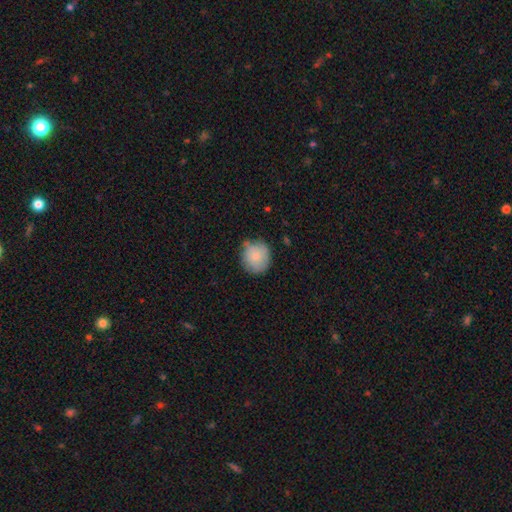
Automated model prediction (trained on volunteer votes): smooth_or_featured: smooth (p=0.82) [alt: featured or disk p=0.11]
how_rounded: round (p=0.85) [alt: in between p=0.14]
merging: none (p=0.69) [alt: minor disturbance p=0.24]